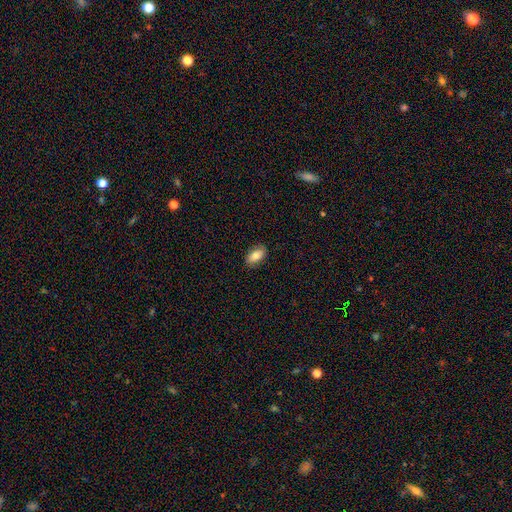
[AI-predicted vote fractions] Overall: smooth (78%). How rounded: in between (92%). Merging: none (83%).